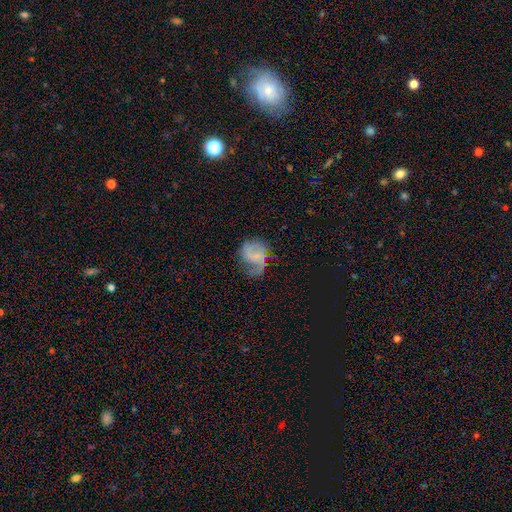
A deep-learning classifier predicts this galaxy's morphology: Smooth or featured: featured or disk — 66% (smooth — 25%)
Edge-on disk: no — 98% (yes — 2%)
Bar: no — 48% (weak — 41%)
Spiral arms: yes — 87% (no — 13%)
Spiral winding: loose — 45% (medium — 40%)
Spiral arm count: 2 — 69% (1 — 16%)
Bulge size: none — 50% (small — 38%)
Merging: none — 49% (minor disturbance — 26%)